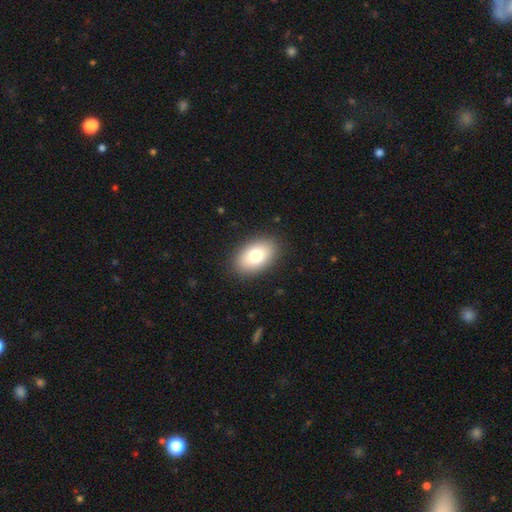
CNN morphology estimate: Q: Smooth or featured?
A: smooth (79%); runner-up: featured or disk (13%)
Q: How rounded?
A: in between (90%); runner-up: round (8%)
Q: Merging?
A: none (88%); runner-up: minor disturbance (9%)